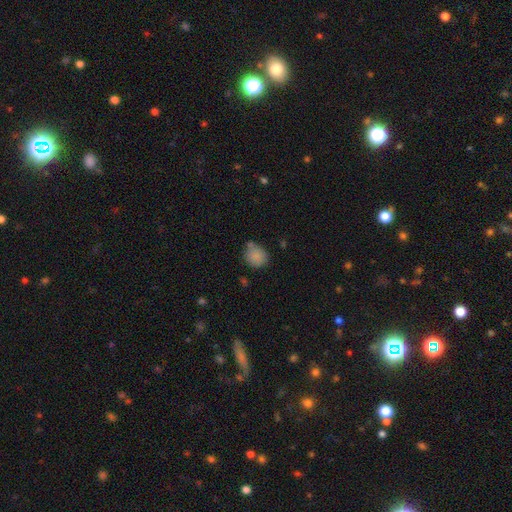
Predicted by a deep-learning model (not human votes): smooth_or_featured: smooth (p=0.84) [alt: star or artifact p=0.10]
how_rounded: round (p=0.70) [alt: in between p=0.29]
merging: none (p=0.59) [alt: minor disturbance p=0.25]